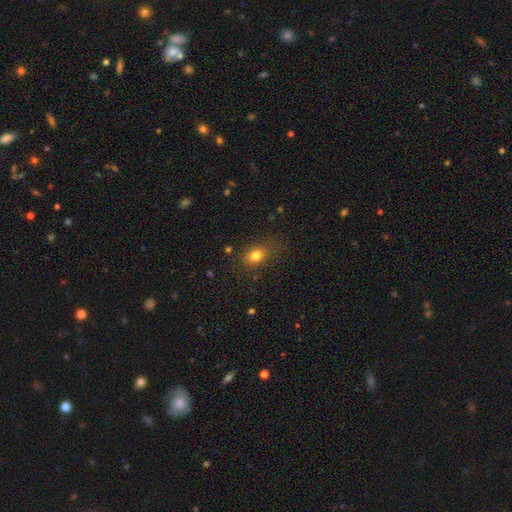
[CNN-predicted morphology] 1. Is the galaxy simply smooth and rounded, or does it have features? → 80% smooth, 12% star or artifact, 8% featured or disk.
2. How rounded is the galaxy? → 69% in between, 29% round, 2% cigar-shaped.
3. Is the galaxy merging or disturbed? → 73% none, 18% minor disturbance, 7% major disturbance, 2% merger.